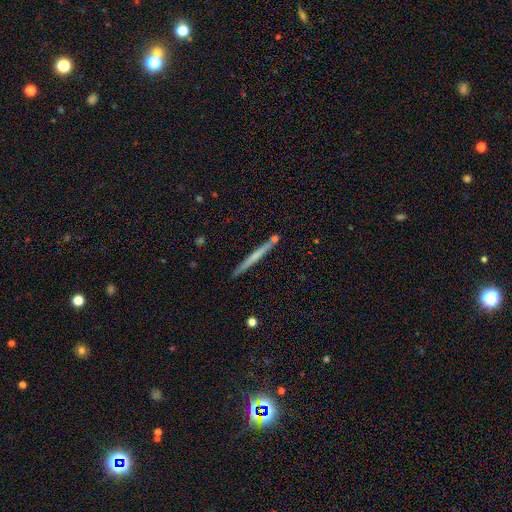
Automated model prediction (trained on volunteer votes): A featured or disk galaxy (48%). Merging: none (87%).